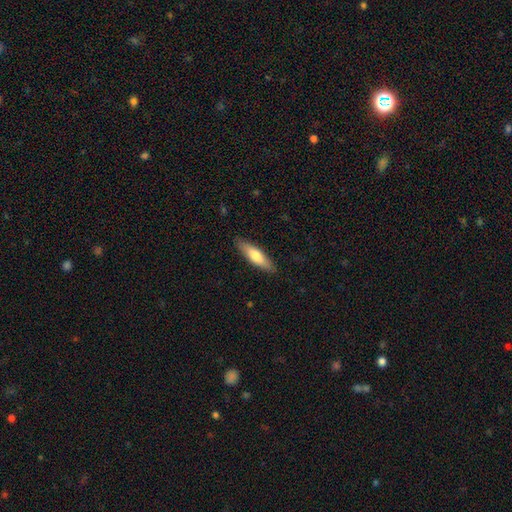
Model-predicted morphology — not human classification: Smooth or featured: smooth — 67% (featured or disk — 28%)
How rounded: cigar-shaped — 66% (in between — 32%)
Merging: none — 88% (minor disturbance — 9%)